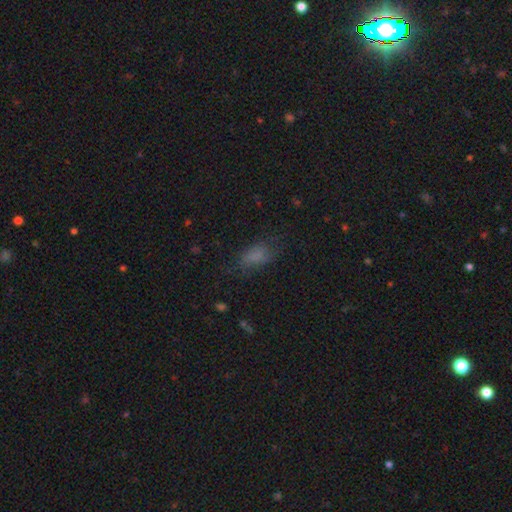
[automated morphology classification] The model was most divided on "merging": none: 57%, minor disturbance: 25%, major disturbance: 16%, merger: 2%. More confident: how rounded — in between (84%); smooth or featured — smooth (72%).